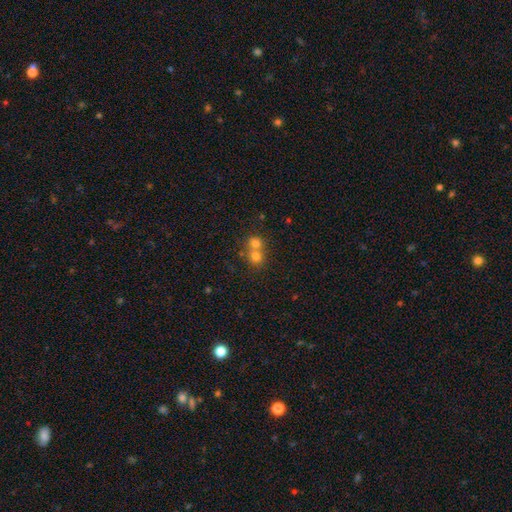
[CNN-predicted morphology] This appears to be a smooth galaxy with no disk features (72%) that is round (83%). Merging: merger (60%).